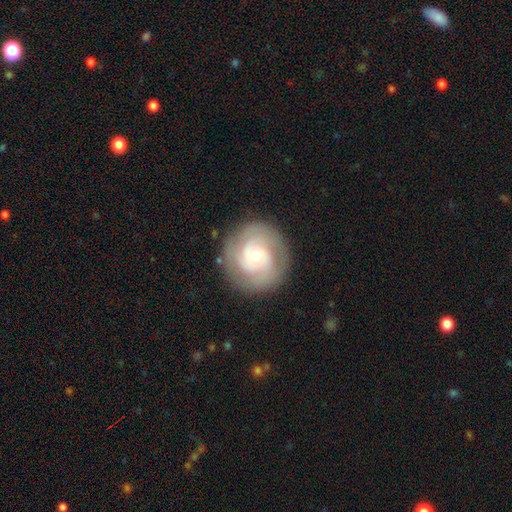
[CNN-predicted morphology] The model was most divided on "bulge size": small: 53%, moderate: 41%, large: 4%, dominant: 1%, none: 1%. Remaining: edge-on disk — no (98%); spiral arms — yes (87%); merging — none (85%); bar — no (71%); smooth or featured — featured or disk (69%); spiral winding — tight (62%); spiral arm count — 2 (39%).